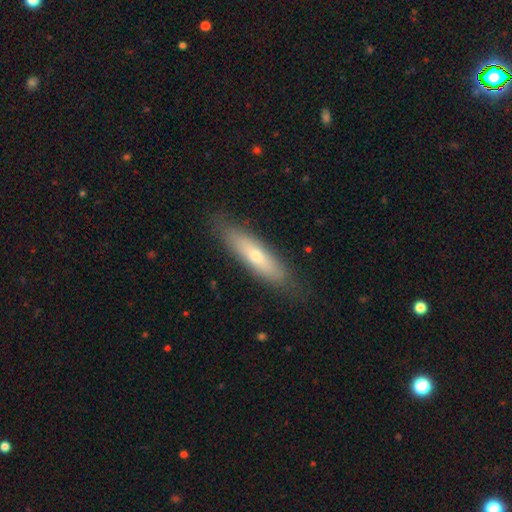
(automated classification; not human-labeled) Smooth or featured?
  - smooth: 58% *
  - featured or disk: 35%
  - star or artifact: 7%
How rounded?
  - cigar-shaped: 73% *
  - in between: 25%
  - round: 2%
Merging?
  - none: 84% *
  - minor disturbance: 12%
  - major disturbance: 3%
  - merger: 1%